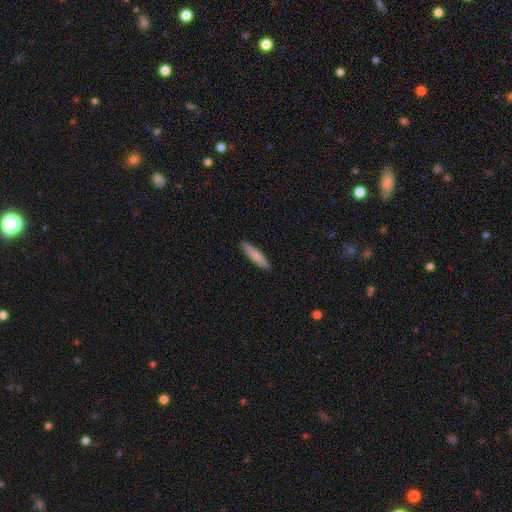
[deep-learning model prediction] Q: Smooth or featured?
A: smooth (79%); runner-up: featured or disk (15%)
Q: How rounded?
A: cigar-shaped (84%); runner-up: in between (15%)
Q: Merging?
A: none (90%); runner-up: minor disturbance (7%)